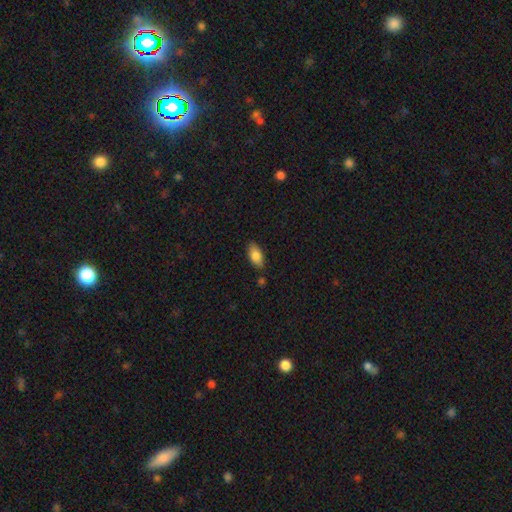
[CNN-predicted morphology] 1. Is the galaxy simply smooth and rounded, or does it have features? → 82% smooth, 11% featured or disk, 7% star or artifact.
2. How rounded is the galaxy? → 90% in between, 7% cigar-shaped, 3% round.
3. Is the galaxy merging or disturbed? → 82% none, 12% minor disturbance, 3% merger, 2% major disturbance.